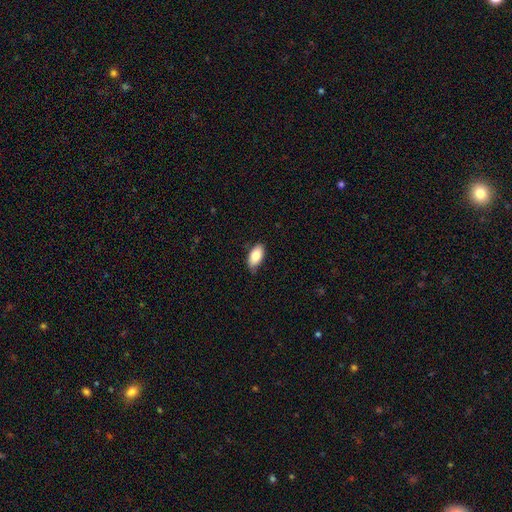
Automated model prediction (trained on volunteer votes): Smooth or featured? Predicted: smooth (p=0.83). How rounded? Predicted: in between (p=0.93). Merging? Predicted: none (p=0.77).